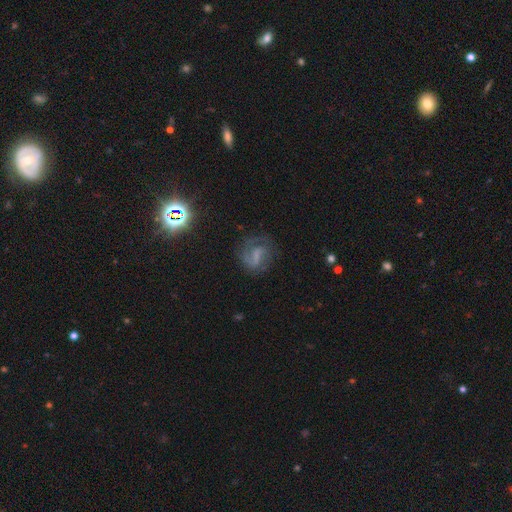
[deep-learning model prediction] Morphology: type=featured or disk (69%); edge-on=no (97%); bar=weak (45%); spiral arms=yes (90%); winding=medium (45%); arm count=2 (58%); bulge=none (57%); merging=none (63%).